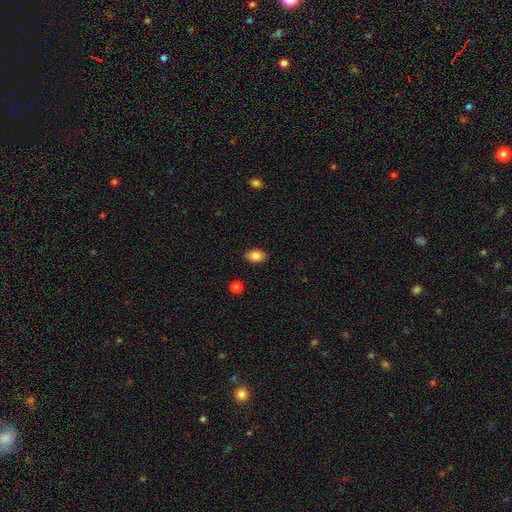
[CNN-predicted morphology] Smooth or featured: smooth — 84% (star or artifact — 8%)
How rounded: in between — 88% (round — 11%)
Merging: none — 87% (minor disturbance — 9%)